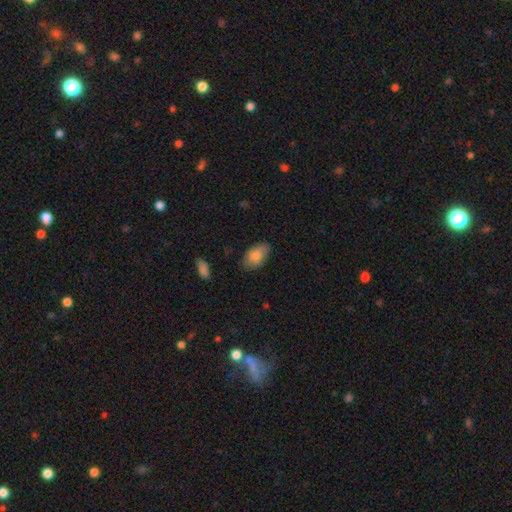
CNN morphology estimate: Smooth or featured? smooth (84%)
How rounded? in between (93%)
Merging? none (78%)